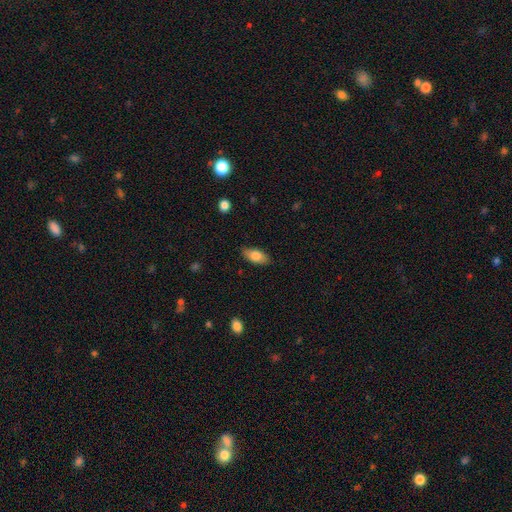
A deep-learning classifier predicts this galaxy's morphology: This appears to be a smooth galaxy with no disk features (81%) that is in between round and cigar-shaped (88%). Merging: none (84%).